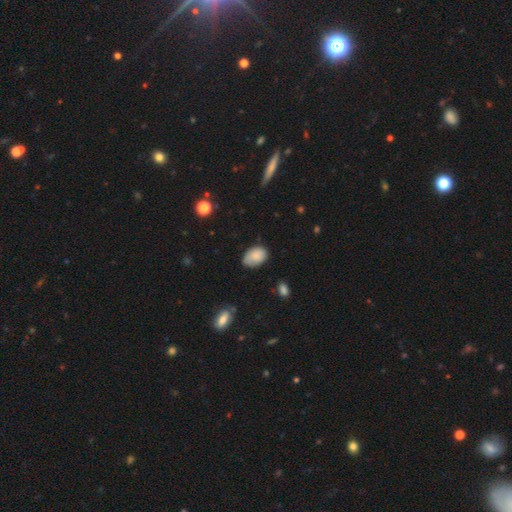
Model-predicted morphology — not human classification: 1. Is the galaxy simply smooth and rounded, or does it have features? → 83% smooth, 9% featured or disk, 8% star or artifact.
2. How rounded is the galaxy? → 85% in between, 13% round, 1% cigar-shaped.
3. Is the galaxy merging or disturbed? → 63% none, 29% minor disturbance, 6% major disturbance, 2% merger.